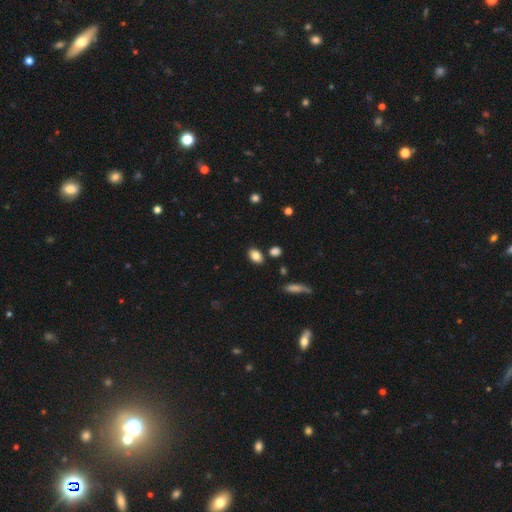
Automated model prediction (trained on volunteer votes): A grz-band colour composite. It shows a smooth galaxy with no disk features (83%) that is in between round and cigar-shaped (85%). Merging: none (82%).